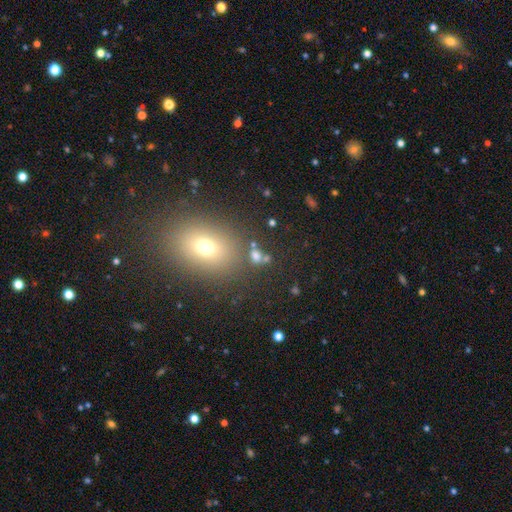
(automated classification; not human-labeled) Morphology: type=smooth (67%); roundness=round (50%); merging=none (64%).